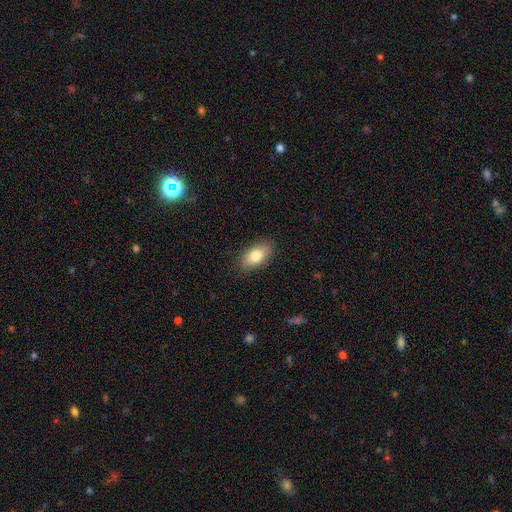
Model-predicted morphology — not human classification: Smooth or featured?
  - smooth: 80% *
  - featured or disk: 13%
  - star or artifact: 7%
How rounded?
  - in between: 91% *
  - round: 5%
  - cigar-shaped: 4%
Merging?
  - none: 86% *
  - minor disturbance: 10%
  - major disturbance: 2%
  - merger: 1%